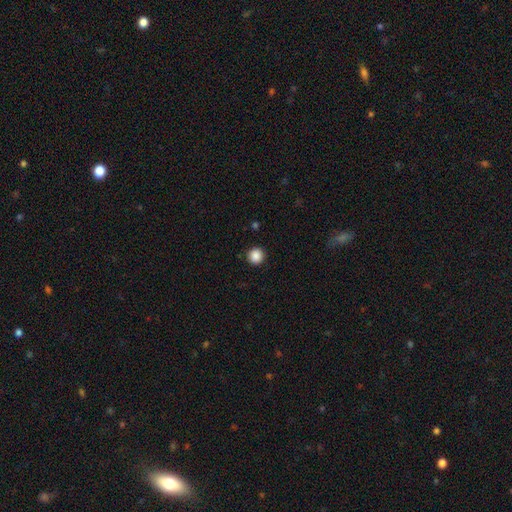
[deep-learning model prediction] smooth_or_featured: smooth (p=0.88) [alt: star or artifact p=0.10]
how_rounded: round (p=0.95) [alt: in between p=0.04]
merging: none (p=0.92) [alt: minor disturbance p=0.05]